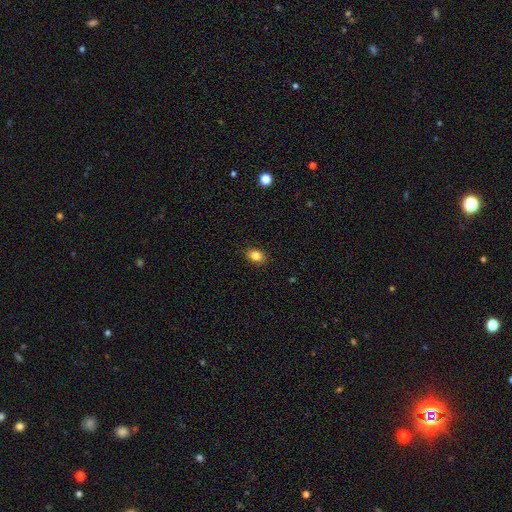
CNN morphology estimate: smooth_or_featured: smooth (p=0.83) [alt: star or artifact p=0.10]
how_rounded: in between (p=0.72) [alt: round p=0.27]
merging: none (p=0.88) [alt: minor disturbance p=0.09]